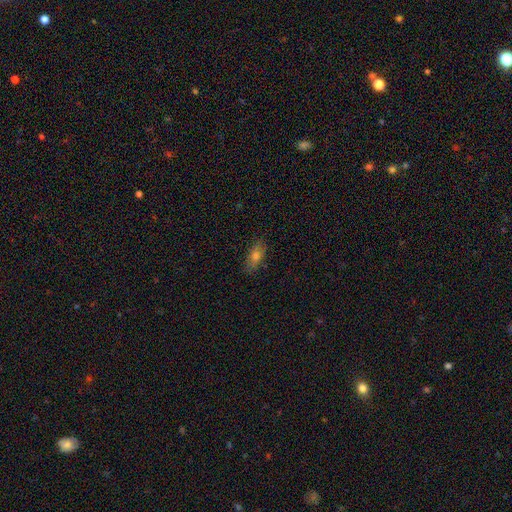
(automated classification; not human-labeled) This is likely a smooth galaxy (65%). How rounded: likely in between (67%). Merging: clearly none (85%).